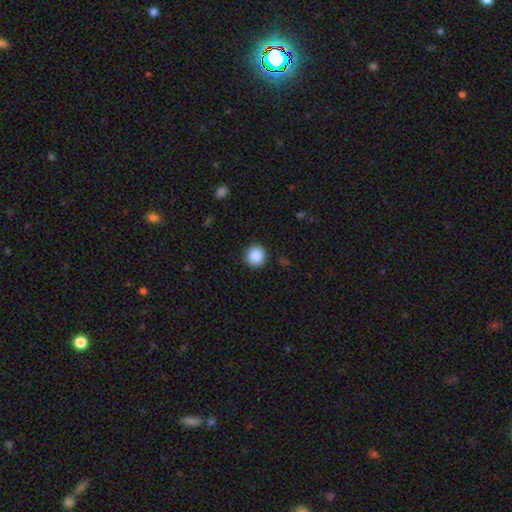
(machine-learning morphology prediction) smooth-or-featured: smooth: 88% | star or artifact: 9% | featured or disk: 3%
  how-rounded: round: 93% | in between: 6% | cigar-shaped: 1%
  merging: none: 91% | minor disturbance: 6% | major disturbance: 2% | merger: 1%